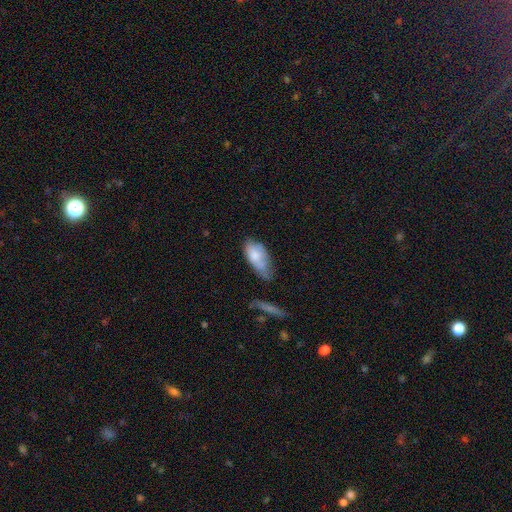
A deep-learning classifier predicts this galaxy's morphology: Smooth or featured? Predicted: smooth (p=0.75). How rounded? Predicted: in between (p=0.89). Merging? Predicted: none (p=0.39).